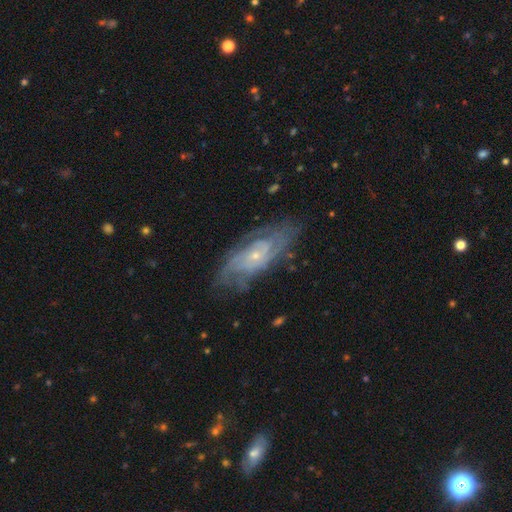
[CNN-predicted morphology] Q: Smooth or featured?
A: featured or disk (81%); runner-up: smooth (12%)
Q: Edge-on disk?
A: no (90%); runner-up: yes (10%)
Q: Bar?
A: no (73%); runner-up: weak (22%)
Q: Spiral arms?
A: yes (91%); runner-up: no (9%)
Q: Spiral winding?
A: tight (57%); runner-up: medium (33%)
Q: Spiral arm count?
A: can't tell (43%); runner-up: 2 (26%)
Q: Bulge size?
A: small (77%); runner-up: moderate (19%)
Q: Merging?
A: none (71%); runner-up: minor disturbance (20%)